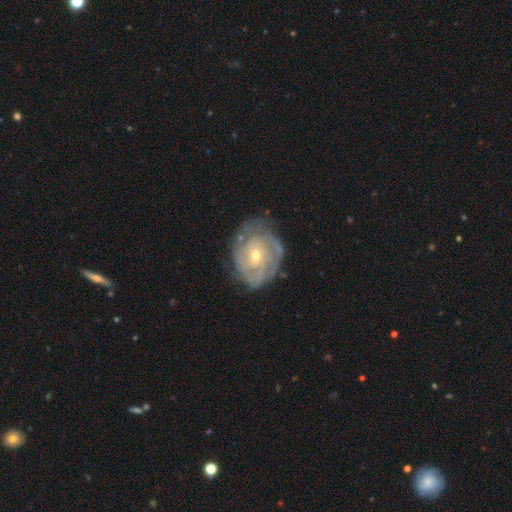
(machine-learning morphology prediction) smooth_or_featured: featured or disk (p=0.80) [alt: smooth p=0.14]
disk_edge_on: no (p=0.97) [alt: yes p=0.03]
bar: no (p=0.71) [alt: weak p=0.24]
has_spiral_arms: yes (p=0.89) [alt: no p=0.11]
spiral_winding: tight (p=0.67) [alt: medium p=0.26]
spiral_arm_count: can't tell (p=0.41) [alt: 2 p=0.19]
bulge_size: small (p=0.59) [alt: moderate p=0.38]
merging: none (p=0.68) [alt: minor disturbance p=0.22]